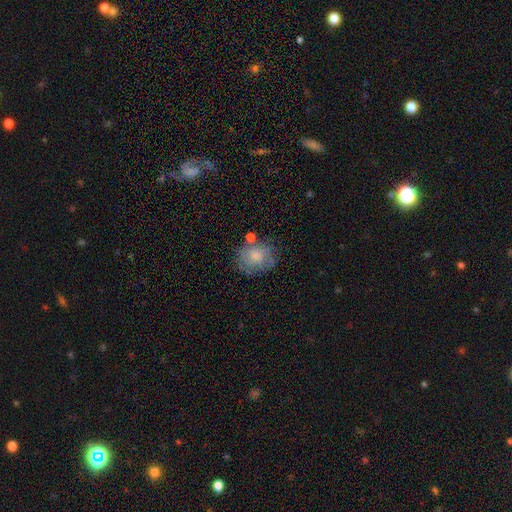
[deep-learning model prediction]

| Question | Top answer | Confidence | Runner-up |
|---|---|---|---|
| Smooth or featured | smooth | 59% | featured or disk (32%) |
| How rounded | round | 63% | in between (36%) |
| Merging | none | 60% | minor disturbance (23%) |